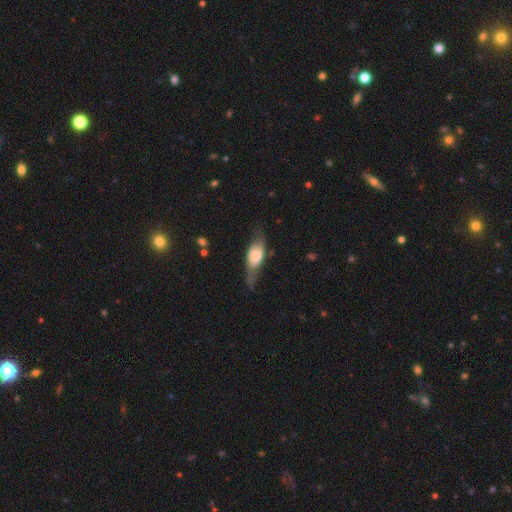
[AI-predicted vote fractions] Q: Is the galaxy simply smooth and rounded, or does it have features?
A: featured or disk — 47%, tied with smooth.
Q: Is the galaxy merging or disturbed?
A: none — 54%.